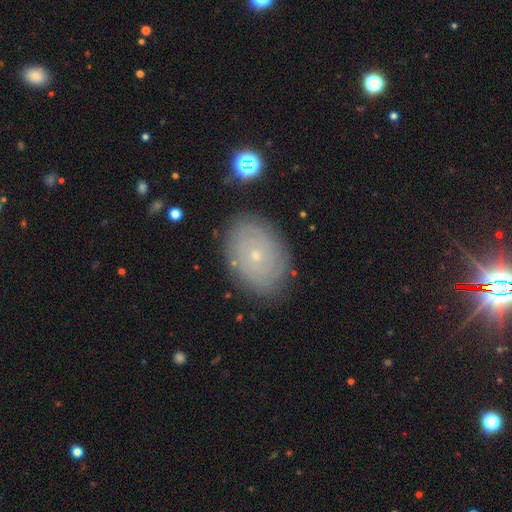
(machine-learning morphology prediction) featured or disk 61%, smooth 28%, star or artifact 11%. Down the decision tree: edge-on disk — no (95%); bar — no (89%); spiral arms — yes (74%); bulge size — small (85%); merging — none (84%).